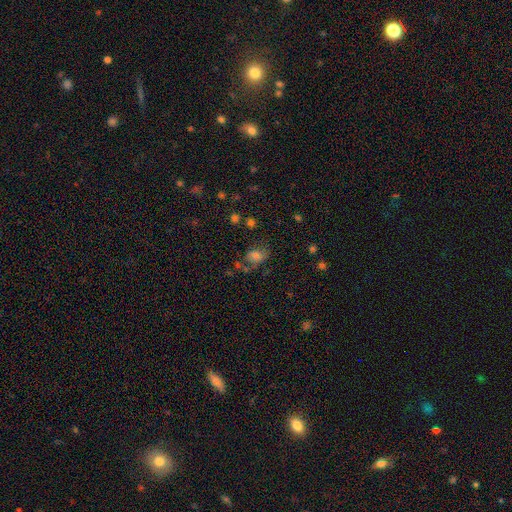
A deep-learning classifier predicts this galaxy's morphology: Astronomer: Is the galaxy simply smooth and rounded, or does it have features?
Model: smooth — 68%.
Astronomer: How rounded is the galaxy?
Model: in between — 69%.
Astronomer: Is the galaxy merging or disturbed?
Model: none — 48% (runner-up: minor disturbance, 27%).